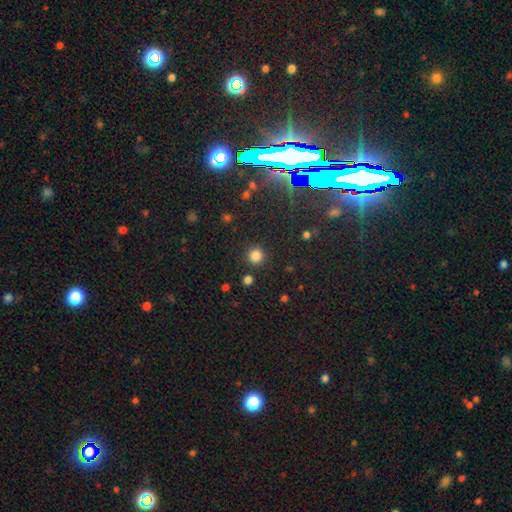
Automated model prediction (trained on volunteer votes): A smooth galaxy with no disk features (82%) that is round (93%).

Vote fractions:
- Smooth or featured? smooth: 82% / star or artifact: 14% / featured or disk: 4%
- How rounded? round: 93% / in between: 6% / cigar-shaped: 1%
- Merging? none: 89% / minor disturbance: 6% / major disturbance: 3% / merger: 3%